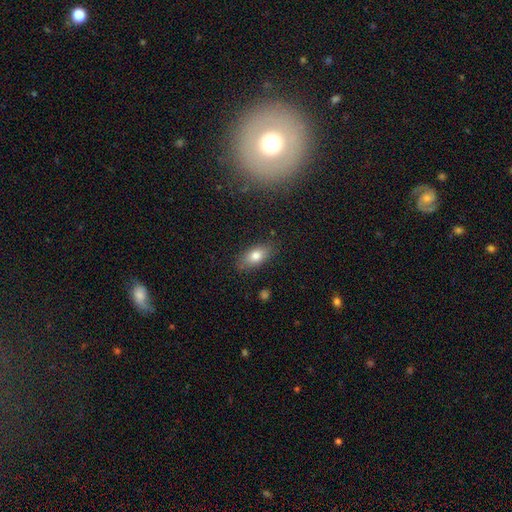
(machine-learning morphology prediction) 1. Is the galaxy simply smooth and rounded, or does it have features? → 78% smooth, 14% featured or disk, 8% star or artifact.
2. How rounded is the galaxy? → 86% in between, 9% cigar-shaped, 5% round.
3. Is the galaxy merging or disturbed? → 83% none, 13% minor disturbance, 3% major disturbance, 1% merger.